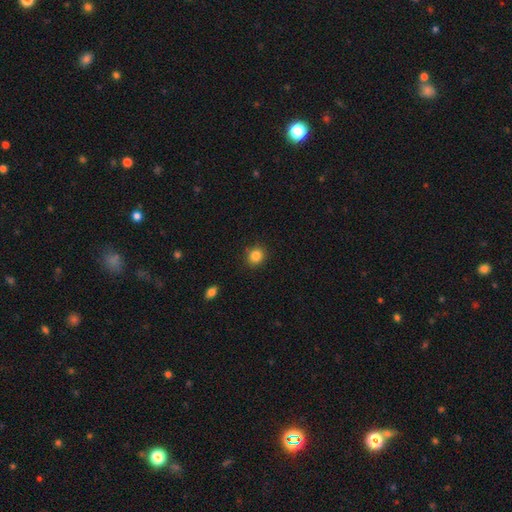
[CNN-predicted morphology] Smooth or featured: smooth — 85% (star or artifact — 11%)
How rounded: round — 80% (in between — 20%)
Merging: none — 88% (minor disturbance — 8%)